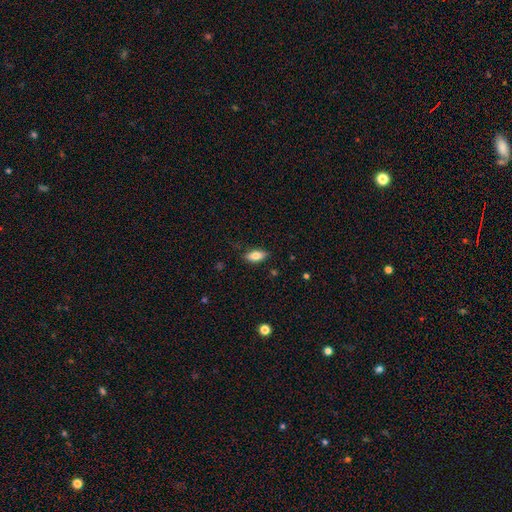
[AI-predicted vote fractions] smooth-or-featured: smooth: 77% | featured or disk: 16% | star or artifact: 7%
  how-rounded: in between: 84% | cigar-shaped: 13% | round: 3%
  merging: none: 83% | minor disturbance: 13% | major disturbance: 3% | merger: 1%